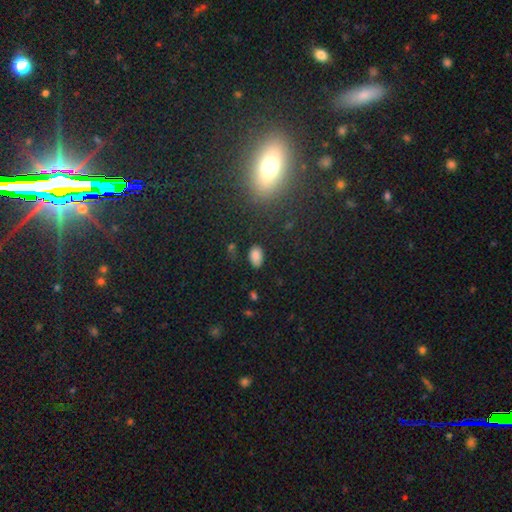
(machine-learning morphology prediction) This appears to be a smooth galaxy with no disk features (82%) that is in between round and cigar-shaped (91%). Merging: none (81%).